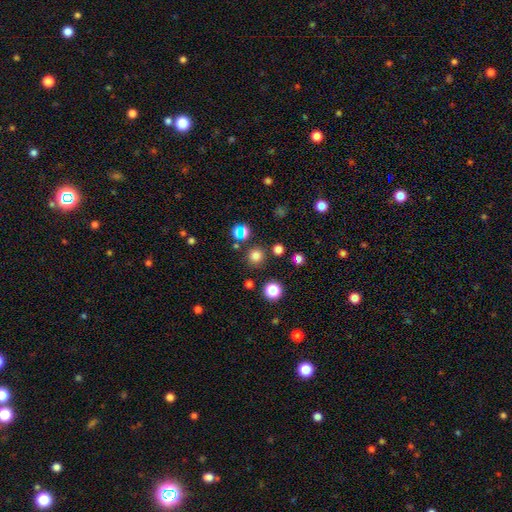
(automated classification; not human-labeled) The model was most divided on "smooth or featured": smooth: 73%, star or artifact: 21%, featured or disk: 6%. More confident: how rounded — round (94%); merging — none (85%).